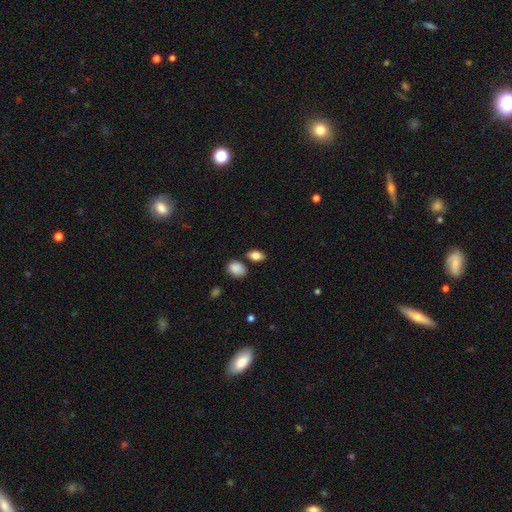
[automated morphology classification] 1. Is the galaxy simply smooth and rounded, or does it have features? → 84% smooth, 8% star or artifact, 7% featured or disk.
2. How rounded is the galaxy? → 86% in between, 11% round, 2% cigar-shaped.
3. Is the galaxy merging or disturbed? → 79% none, 11% minor disturbance, 7% merger, 3% major disturbance.